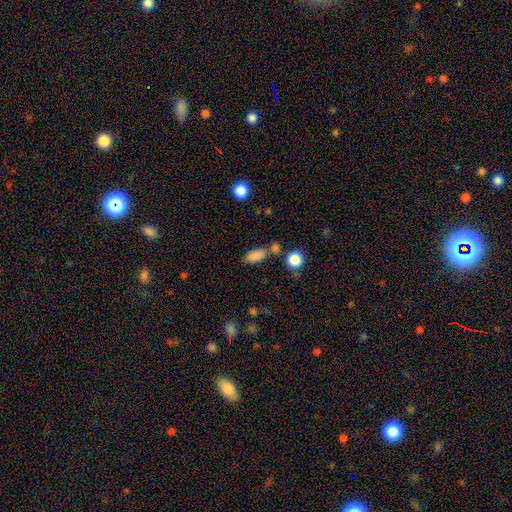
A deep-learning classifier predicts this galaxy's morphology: smooth-or-featured: smooth: 84% | star or artifact: 10% | featured or disk: 6%
  how-rounded: in between: 81% | cigar-shaped: 13% | round: 6%
  merging: none: 65% | merger: 17% | minor disturbance: 14% | major disturbance: 5%